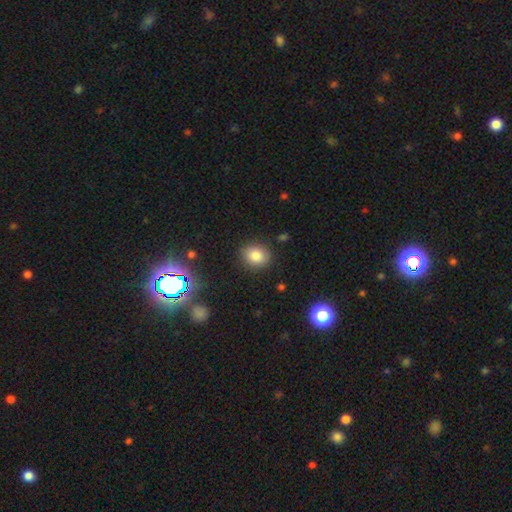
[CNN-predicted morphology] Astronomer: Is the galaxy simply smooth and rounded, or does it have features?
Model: smooth — 81%.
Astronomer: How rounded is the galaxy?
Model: round — 63%.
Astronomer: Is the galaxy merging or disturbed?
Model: none — 87%.